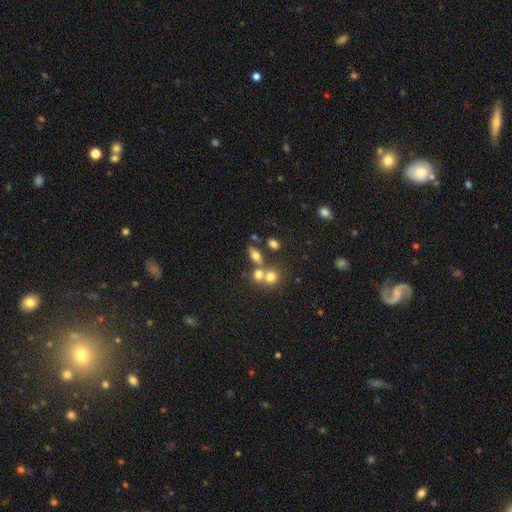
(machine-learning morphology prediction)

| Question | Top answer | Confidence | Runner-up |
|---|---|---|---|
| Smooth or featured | smooth | 67% | featured or disk (19%) |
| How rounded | in between | 73% | round (19%) |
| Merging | none | 52% | merger (32%) |